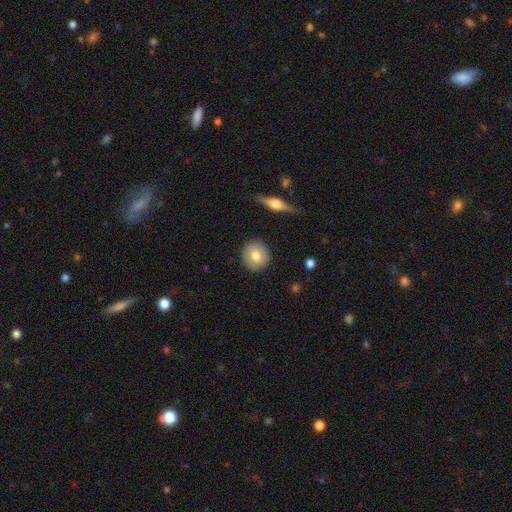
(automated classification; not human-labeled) A smooth galaxy with no disk features (74%) that is round (90%). Merging: none (90%).